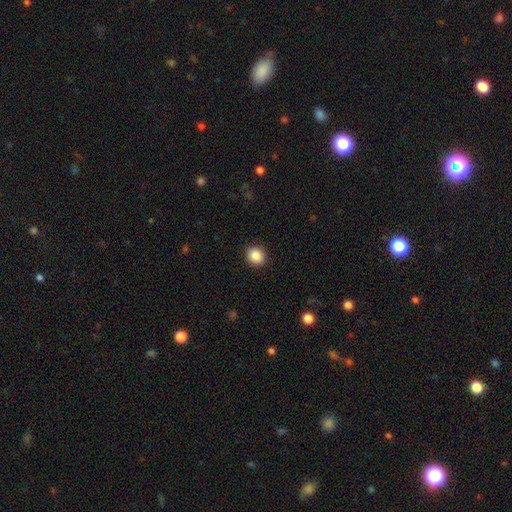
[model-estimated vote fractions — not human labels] Smooth or featured?
  - smooth: 87% *
  - star or artifact: 9%
  - featured or disk: 4%
How rounded?
  - round: 74% *
  - in between: 25%
  - cigar-shaped: 1%
Merging?
  - none: 91% *
  - minor disturbance: 6%
  - major disturbance: 2%
  - merger: 1%